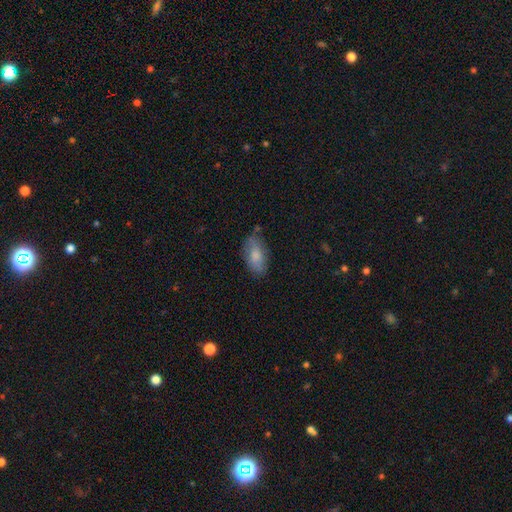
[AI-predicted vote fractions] smooth-or-featured: smooth: 77% | featured or disk: 16% | star or artifact: 6%
  how-rounded: in between: 91% | cigar-shaped: 6% | round: 3%
  merging: none: 74% | minor disturbance: 19% | major disturbance: 4% | merger: 3%